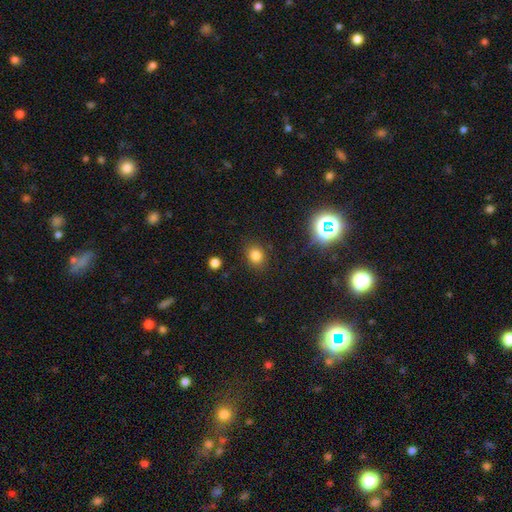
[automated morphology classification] This appears to be a smooth galaxy with no disk features (79%) that is round (65%). Merging: none (85%).